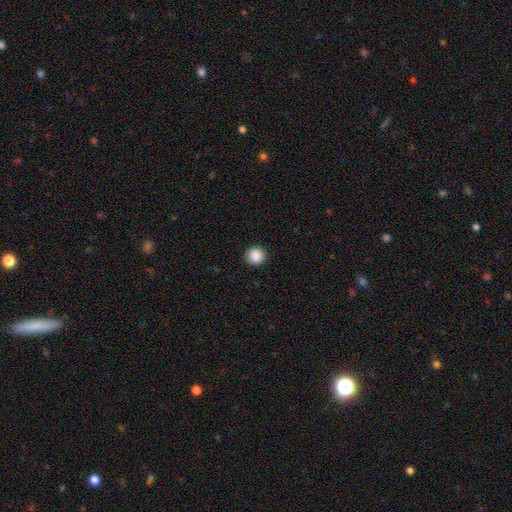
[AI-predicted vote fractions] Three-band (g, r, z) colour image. It shows a smooth galaxy with no disk features (88%) that is round (94%). Merging: none (91%).